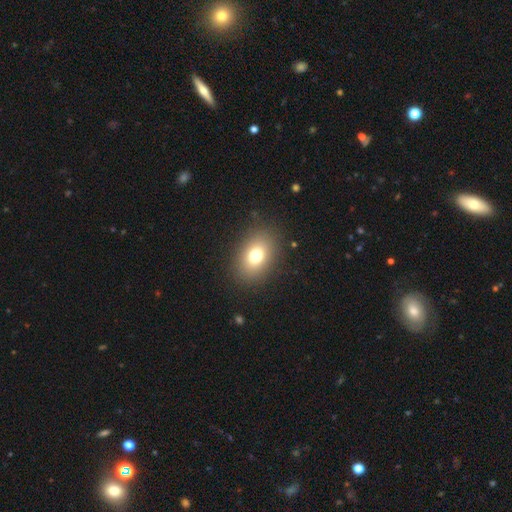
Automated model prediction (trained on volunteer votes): Smooth or featured?
  - smooth: 76% *
  - featured or disk: 13%
  - star or artifact: 12%
How rounded?
  - in between: 73% *
  - round: 26%
  - cigar-shaped: 1%
Merging?
  - none: 87% *
  - minor disturbance: 8%
  - major disturbance: 4%
  - merger: 1%